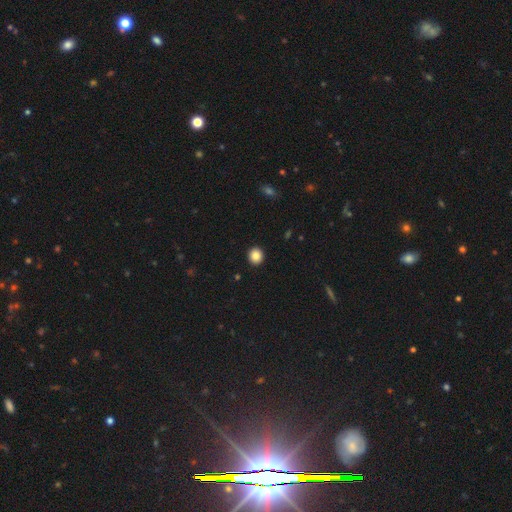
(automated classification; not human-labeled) smooth-or-featured: smooth: 86% | star or artifact: 10% | featured or disk: 4%
  how-rounded: round: 90% | in between: 9% | cigar-shaped: 1%
  merging: none: 93% | minor disturbance: 4% | major disturbance: 1% | merger: 1%